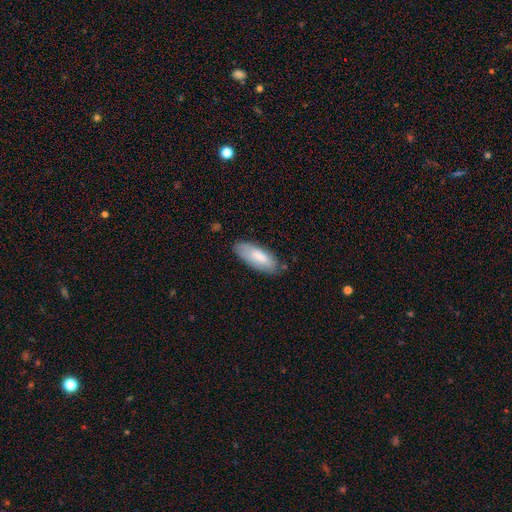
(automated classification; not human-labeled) This appears to be a smooth galaxy with no disk features (77%) that is in between round and cigar-shaped (74%). Merging: none (76%).